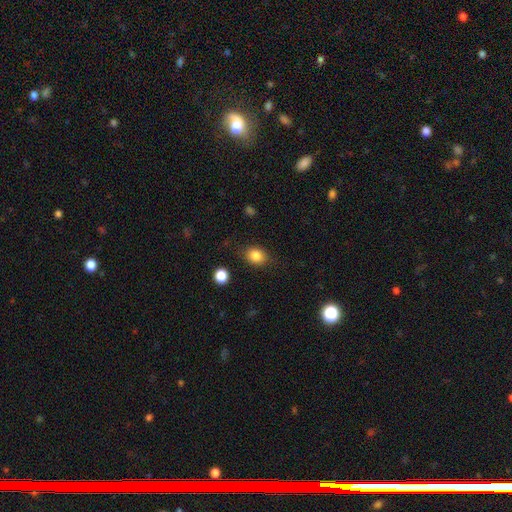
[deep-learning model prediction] Smooth or featured?
  - smooth: 84% *
  - star or artifact: 10%
  - featured or disk: 6%
How rounded?
  - in between: 54% *
  - round: 44%
  - cigar-shaped: 1%
Merging?
  - none: 80% *
  - minor disturbance: 14%
  - major disturbance: 4%
  - merger: 2%